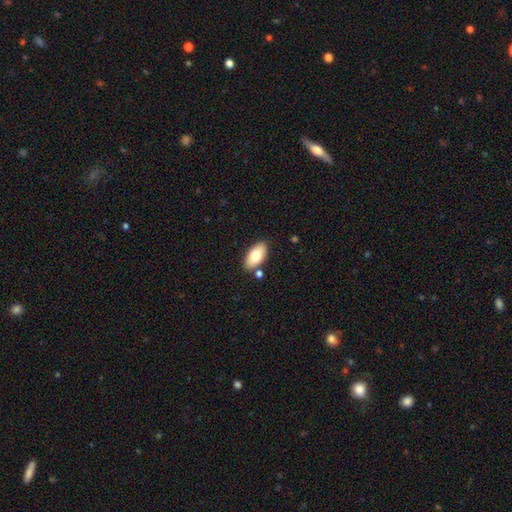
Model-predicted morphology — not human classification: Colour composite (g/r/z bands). It shows a smooth galaxy with no disk features (75%) that is in between round and cigar-shaped (93%). Merging: none (82%).